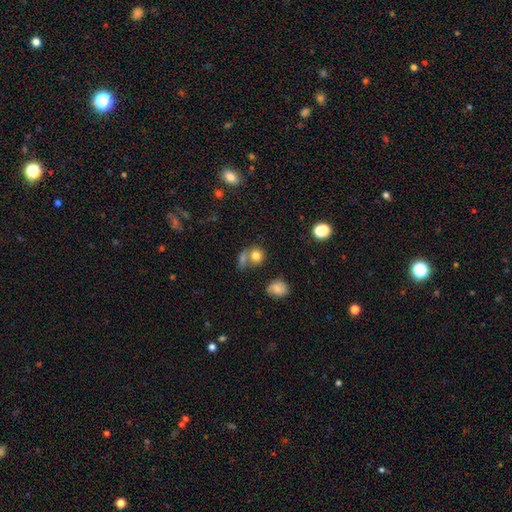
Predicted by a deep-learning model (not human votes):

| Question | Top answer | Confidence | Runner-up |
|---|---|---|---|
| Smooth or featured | smooth | 78% | star or artifact (12%) |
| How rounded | round | 80% | in between (19%) |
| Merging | none | 46% | merger (37%) |